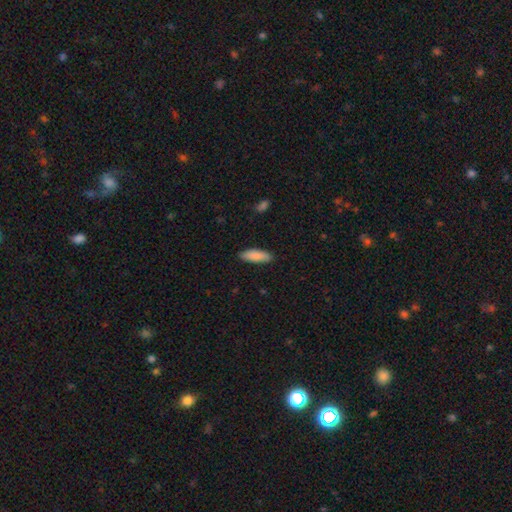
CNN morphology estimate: Smooth or featured? smooth (87%)
How rounded? in between (61%)
Merging? none (87%)